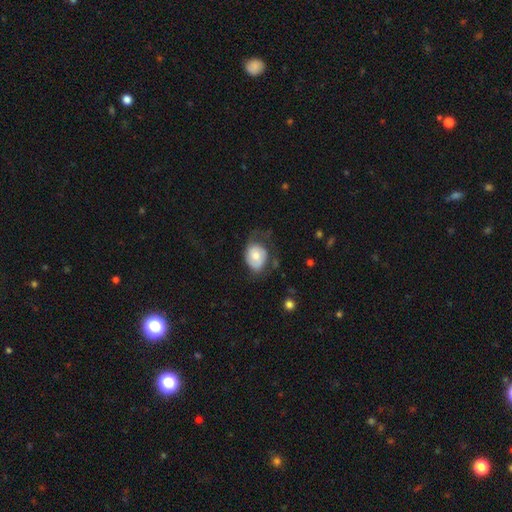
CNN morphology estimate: Q: Smooth or featured?
A: smooth (56%); runner-up: featured or disk (38%)
Q: How rounded?
A: in between (55%); runner-up: round (44%)
Q: Merging?
A: none (40%); runner-up: minor disturbance (32%)